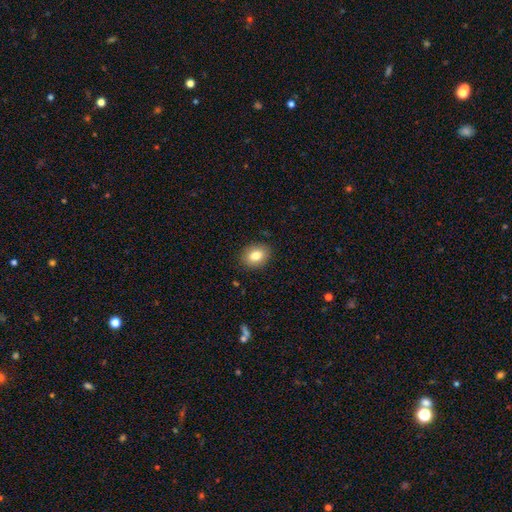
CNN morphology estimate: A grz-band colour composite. It shows a smooth galaxy with no disk features (82%) that is in between round and cigar-shaped (57%). Merging: none (88%).